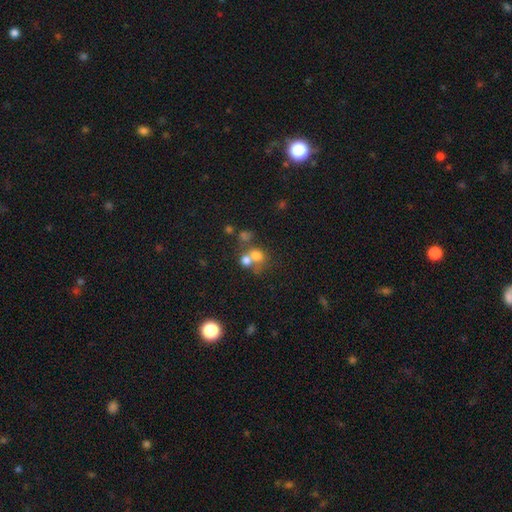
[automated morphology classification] Overall: smooth (67%). How rounded: round (74%). Merging: merger (53%; none 34%).